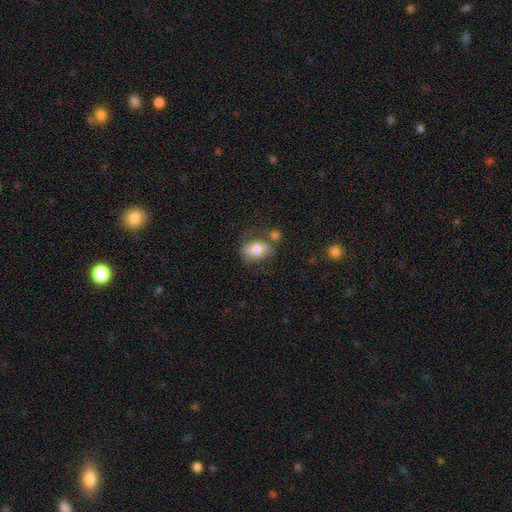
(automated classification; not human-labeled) Q: Smooth or featured?
A: smooth (58%); runner-up: featured or disk (26%)
Q: How rounded?
A: in between (62%); runner-up: round (36%)
Q: Merging?
A: none (60%); runner-up: minor disturbance (17%)